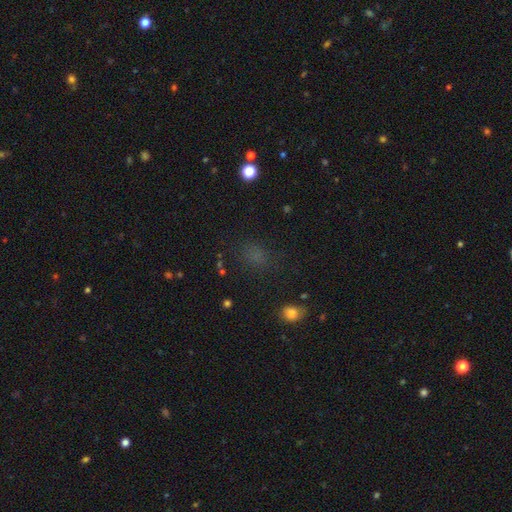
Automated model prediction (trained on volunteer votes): smooth_or_featured: smooth (p=0.62) [alt: star or artifact p=0.30]
how_rounded: round (p=0.52) [alt: in between p=0.46]
merging: none (p=0.73) [alt: minor disturbance p=0.15]